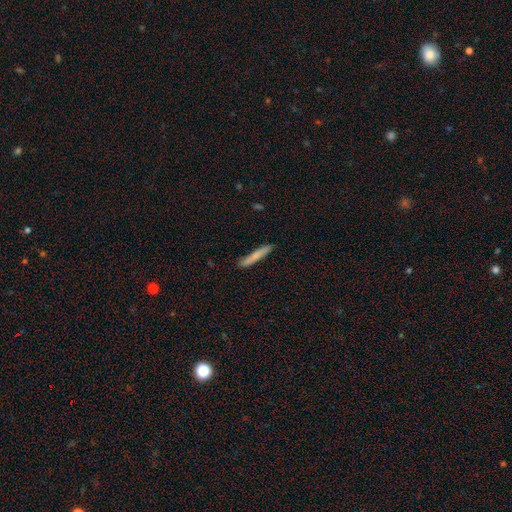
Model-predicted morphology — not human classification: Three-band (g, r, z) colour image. It shows a smooth galaxy with no disk features (75%) that is cigar-shaped (95%). Merging: none (85%).